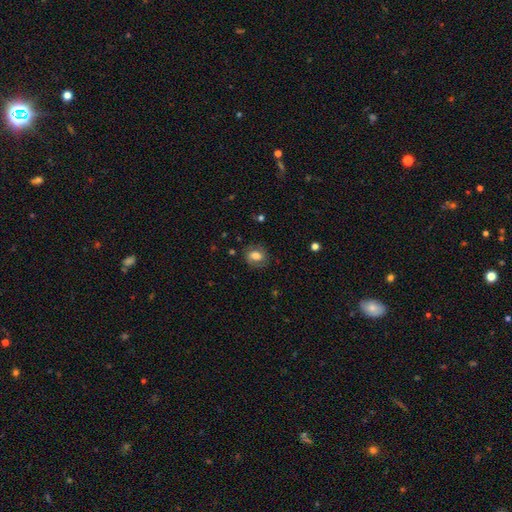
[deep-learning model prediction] Smooth or featured?
  - smooth: 63% *
  - featured or disk: 27%
  - star or artifact: 10%
How rounded?
  - round: 53% *
  - in between: 46%
  - cigar-shaped: 1%
Merging?
  - none: 76% *
  - minor disturbance: 16%
  - major disturbance: 6%
  - merger: 1%